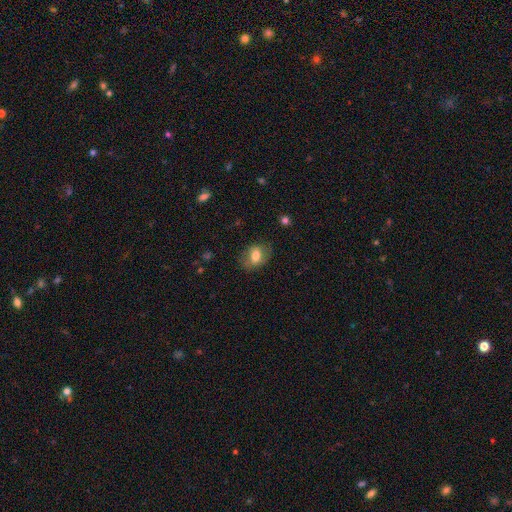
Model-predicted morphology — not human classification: Overall: smooth (66%). How rounded: in between (71%). Merging: none (73%).